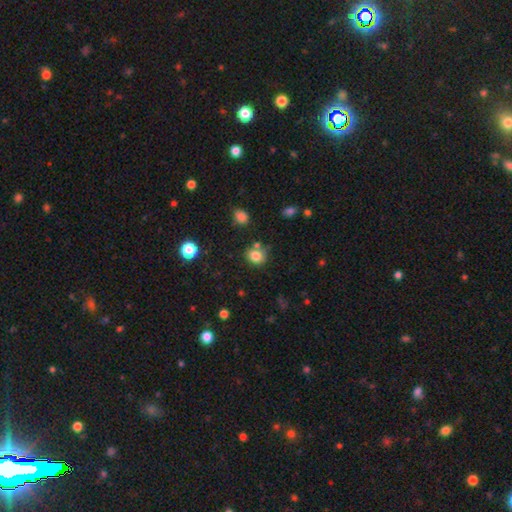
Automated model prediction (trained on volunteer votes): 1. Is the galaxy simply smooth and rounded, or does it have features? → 81% smooth, 12% star or artifact, 7% featured or disk.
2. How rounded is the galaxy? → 79% round, 20% in between, 1% cigar-shaped.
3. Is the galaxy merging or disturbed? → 74% none, 12% minor disturbance, 11% merger, 3% major disturbance.